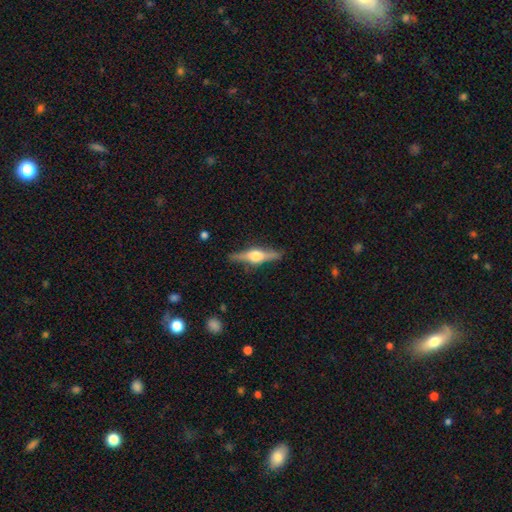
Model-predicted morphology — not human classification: Smooth or featured? Predicted: featured or disk (p=0.74). Edge-on disk? Predicted: yes (p=0.97). Edge-on bulge? Predicted: rounded (p=0.93). Merging? Predicted: none (p=0.87).